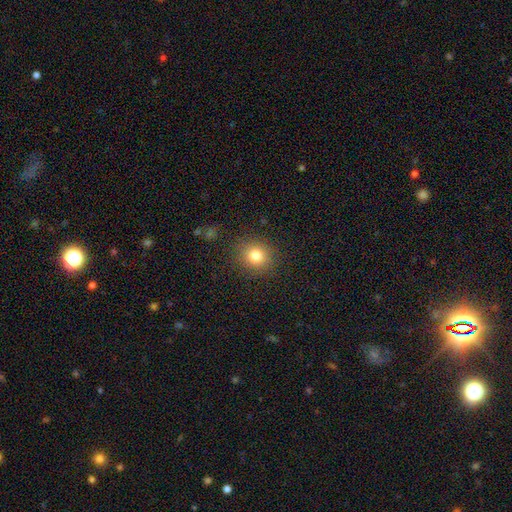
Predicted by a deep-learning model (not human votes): The model was most divided on "smooth or featured": smooth: 81%, star or artifact: 12%, featured or disk: 7%. More confident: merging — none (89%); how rounded — round (85%).